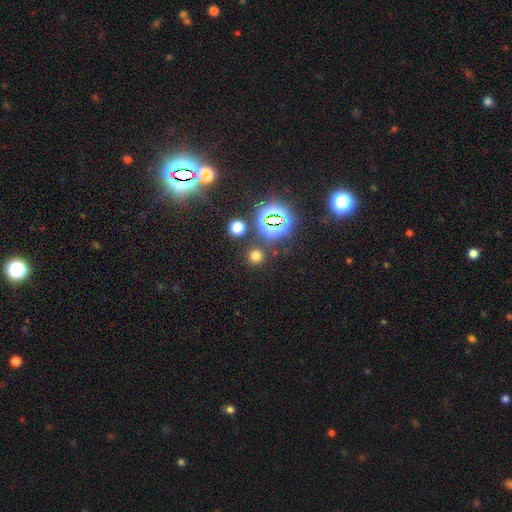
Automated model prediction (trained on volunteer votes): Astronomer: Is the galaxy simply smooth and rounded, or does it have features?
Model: smooth — 63%.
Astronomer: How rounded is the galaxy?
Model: round — 91%.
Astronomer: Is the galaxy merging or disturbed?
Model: none — 84%.